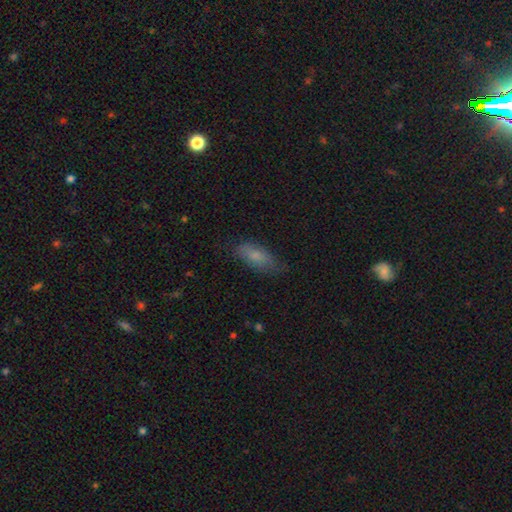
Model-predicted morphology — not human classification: A smooth galaxy with no disk features (75%) that is in between round and cigar-shaped (76%).

Vote fractions:
- Smooth or featured? smooth: 75% / featured or disk: 17% / star or artifact: 7%
- How rounded? in between: 76% / cigar-shaped: 21% / round: 3%
- Merging? none: 71% / minor disturbance: 23% / major disturbance: 5% / merger: 1%